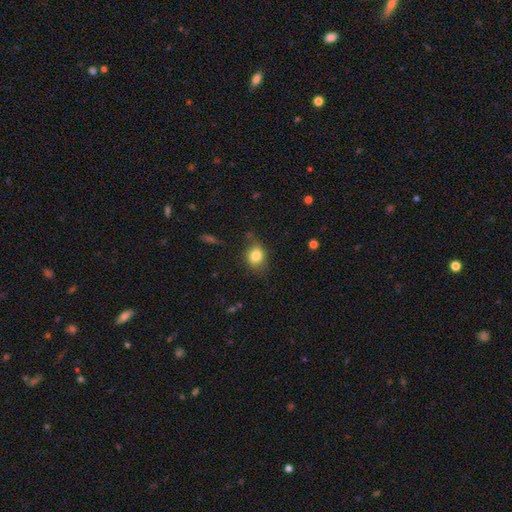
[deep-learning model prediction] A smooth galaxy with no disk features (83%) that is round (54%).

Vote fractions:
- Smooth or featured? smooth: 83% / star or artifact: 10% / featured or disk: 7%
- How rounded? round: 54% / in between: 45% / cigar-shaped: 1%
- Merging? none: 74% / minor disturbance: 19% / major disturbance: 5% / merger: 2%